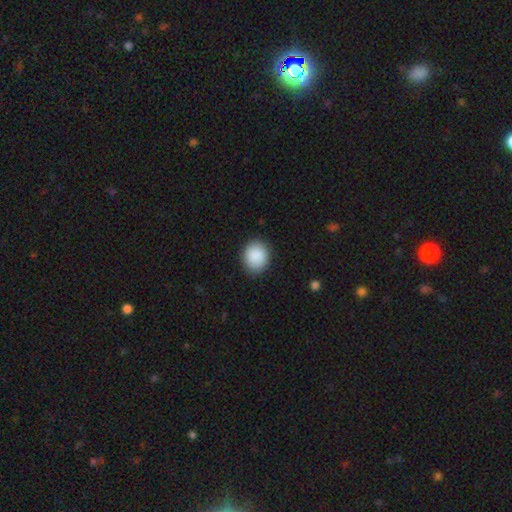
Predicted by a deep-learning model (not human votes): smooth_or_featured: smooth (p=0.89) [alt: star or artifact p=0.07]
how_rounded: round (p=0.64) [alt: in between p=0.35]
merging: none (p=0.88) [alt: minor disturbance p=0.09]